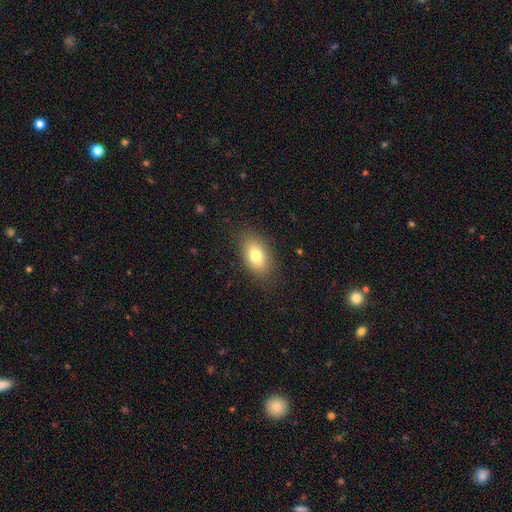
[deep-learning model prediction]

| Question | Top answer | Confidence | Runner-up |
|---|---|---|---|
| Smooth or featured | smooth | 77% | featured or disk (14%) |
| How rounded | in between | 88% | round (10%) |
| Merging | none | 84% | minor disturbance (11%) |